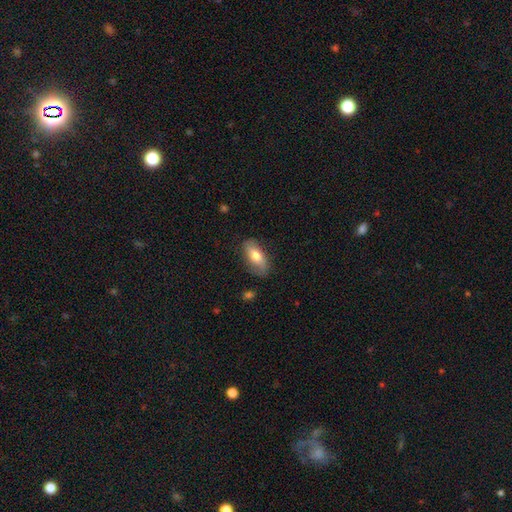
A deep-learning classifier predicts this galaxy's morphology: Smooth or featured? Predicted: smooth (p=0.63). How rounded? Predicted: in between (p=0.86). Merging? Predicted: none (p=0.75).